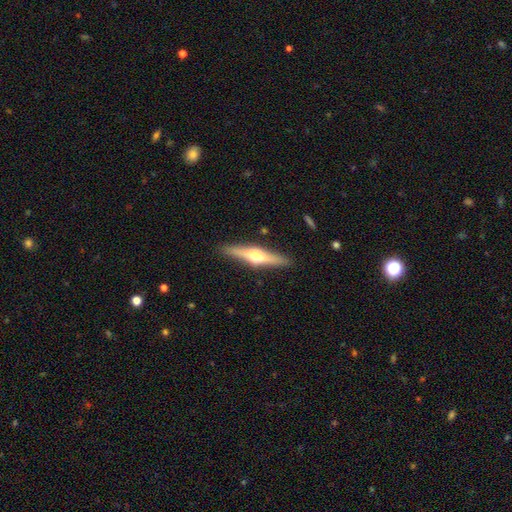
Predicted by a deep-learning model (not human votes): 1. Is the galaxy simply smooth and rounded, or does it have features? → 65% featured or disk, 30% smooth, 6% star or artifact.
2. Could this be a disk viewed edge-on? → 96% yes, 4% no.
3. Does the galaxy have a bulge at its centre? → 90% rounded, 6% boxy, 4% none.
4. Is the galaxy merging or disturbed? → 90% none, 7% minor disturbance, 2% major disturbance, 1% merger.